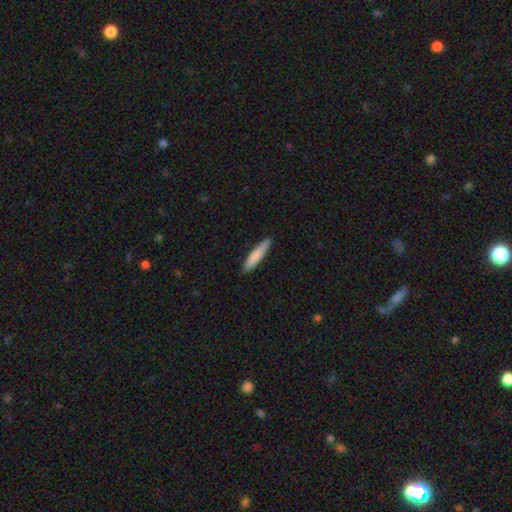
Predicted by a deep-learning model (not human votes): A smooth galaxy with no disk features (80%) that is cigar-shaped (88%). Merging: none (88%).